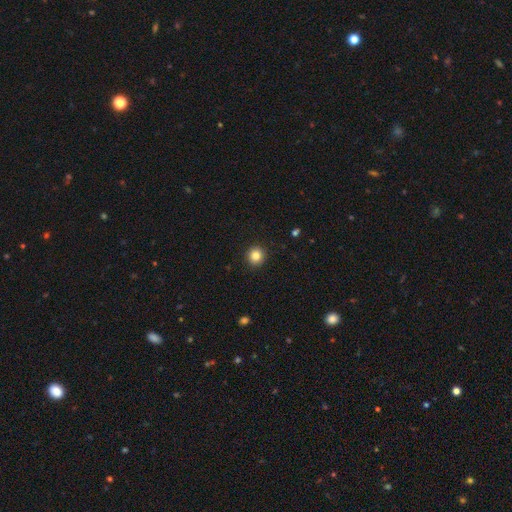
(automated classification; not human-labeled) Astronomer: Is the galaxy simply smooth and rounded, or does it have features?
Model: smooth — 84%.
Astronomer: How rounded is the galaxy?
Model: round — 94%.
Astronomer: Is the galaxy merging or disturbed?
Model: none — 93%.